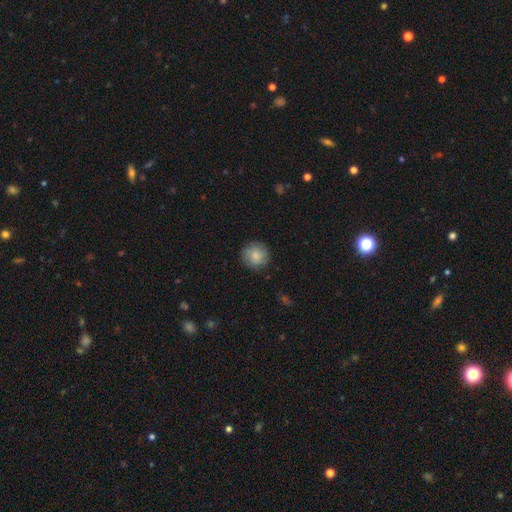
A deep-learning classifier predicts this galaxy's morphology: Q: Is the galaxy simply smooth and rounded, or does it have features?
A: smooth — 80%.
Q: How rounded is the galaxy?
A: round — 92%.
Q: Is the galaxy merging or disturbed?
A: none — 85%.